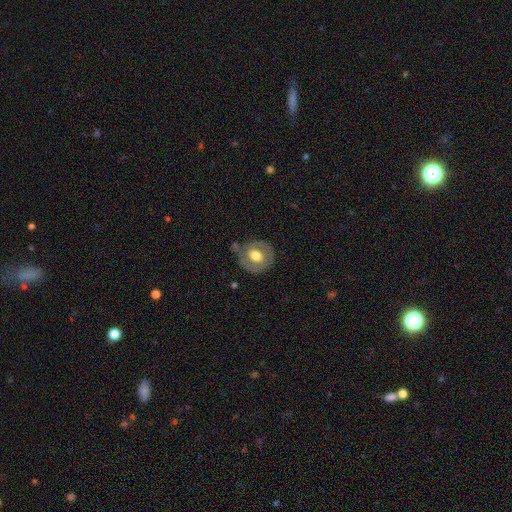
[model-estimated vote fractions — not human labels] featured or disk 53%, smooth 41%, star or artifact 6%. Down the decision tree: edge-on disk — no (95%); bar — no (60%); spiral arms — no (55%); bulge size — moderate (58%); merging — none (63%).